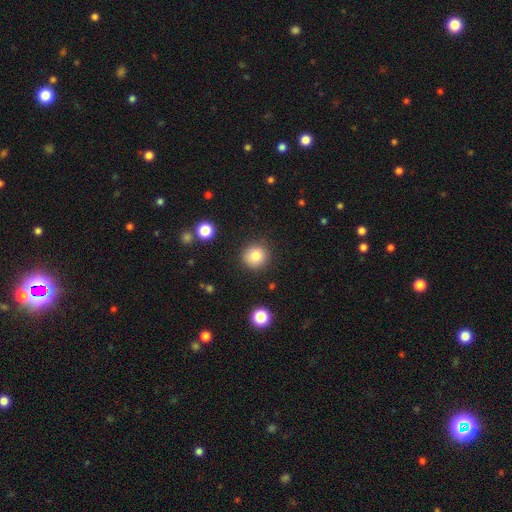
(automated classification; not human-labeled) A smooth galaxy with no disk features (81%) that is round (93%).

Vote fractions:
- Smooth or featured? smooth: 81% / star or artifact: 11% / featured or disk: 8%
- How rounded? round: 93% / in between: 6% / cigar-shaped: 1%
- Merging? none: 89% / minor disturbance: 7% / major disturbance: 2% / merger: 2%